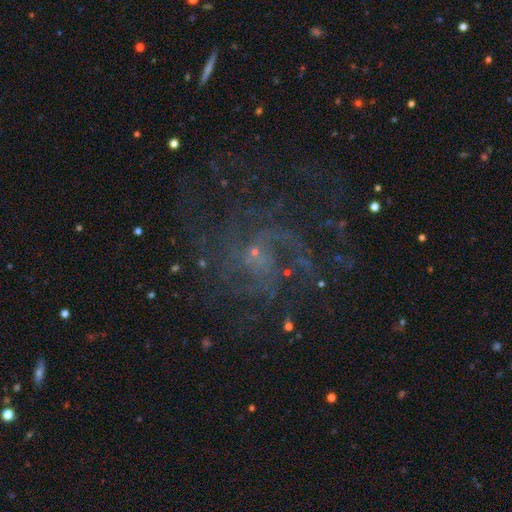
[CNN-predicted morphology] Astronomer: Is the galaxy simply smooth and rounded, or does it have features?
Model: featured or disk — 78%.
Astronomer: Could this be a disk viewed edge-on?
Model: no — 98%.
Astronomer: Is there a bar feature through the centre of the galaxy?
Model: no — 68%.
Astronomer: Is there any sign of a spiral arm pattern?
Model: yes — 93%.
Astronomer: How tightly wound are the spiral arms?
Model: medium — 48% (runner-up: tight, 27%).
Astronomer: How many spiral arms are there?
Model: can't tell — 25% (runner-up: 3, 23%).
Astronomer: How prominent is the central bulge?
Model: small — 75%.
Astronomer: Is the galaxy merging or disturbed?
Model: none — 61%.